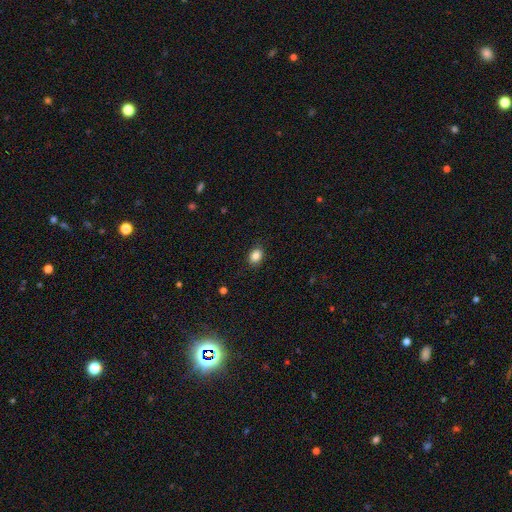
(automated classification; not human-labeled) A smooth galaxy with no disk features (86%) that is in between round and cigar-shaped (66%). Merging: none (85%).